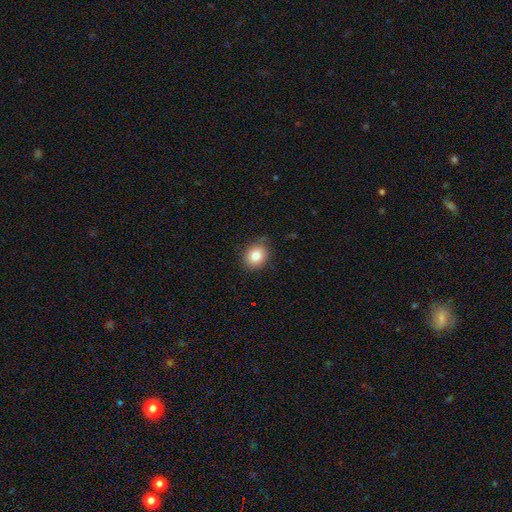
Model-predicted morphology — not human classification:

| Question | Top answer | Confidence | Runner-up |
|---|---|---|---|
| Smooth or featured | smooth | 84% | star or artifact (9%) |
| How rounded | round | 58% | in between (41%) |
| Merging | none | 81% | minor disturbance (15%) |